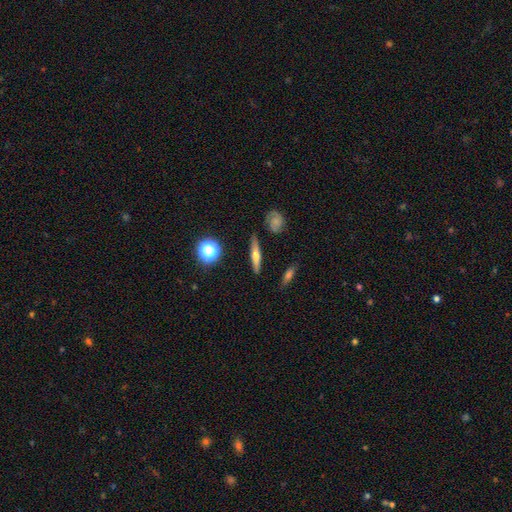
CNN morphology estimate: type=smooth (46%); merging=none (85%).